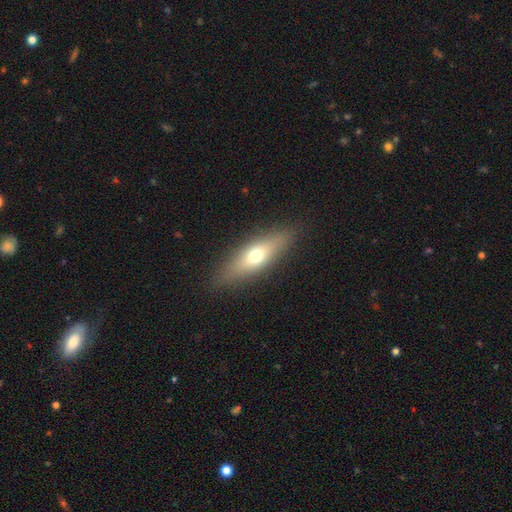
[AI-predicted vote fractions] smooth_or_featured: smooth (p=0.57) [alt: featured or disk p=0.34]
how_rounded: cigar-shaped (p=0.50) [alt: in between p=0.46]
merging: none (p=0.87) [alt: minor disturbance p=0.09]